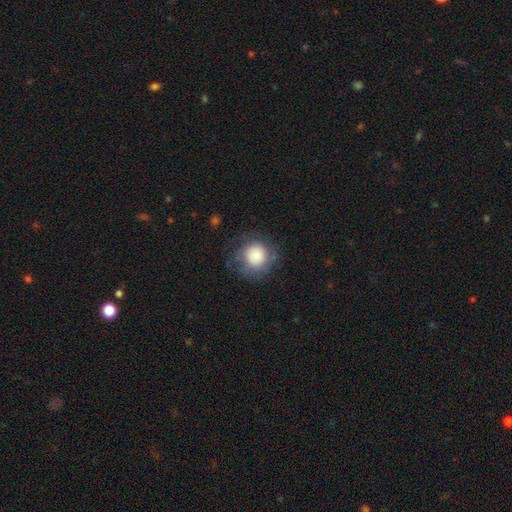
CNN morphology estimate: Smooth or featured? Predicted: smooth (p=0.73). How rounded? Predicted: round (p=0.91). Merging? Predicted: none (p=0.69).